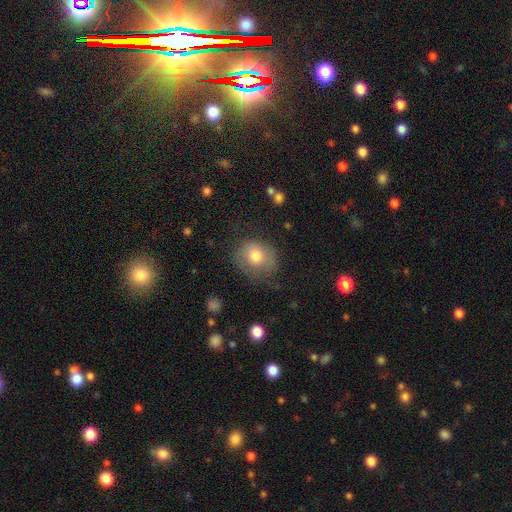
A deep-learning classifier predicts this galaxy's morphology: smooth-or-featured: smooth: 64% | featured or disk: 26% | star or artifact: 9%
  how-rounded: round: 72% | in between: 27% | cigar-shaped: 1%
  merging: none: 54% | minor disturbance: 25% | major disturbance: 18% | merger: 2%